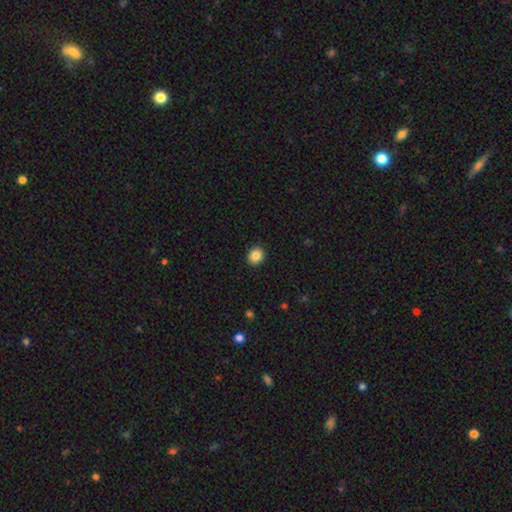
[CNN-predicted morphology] Overall: smooth (85%). How rounded: round (68%; in between 31%). Merging: none (92%).